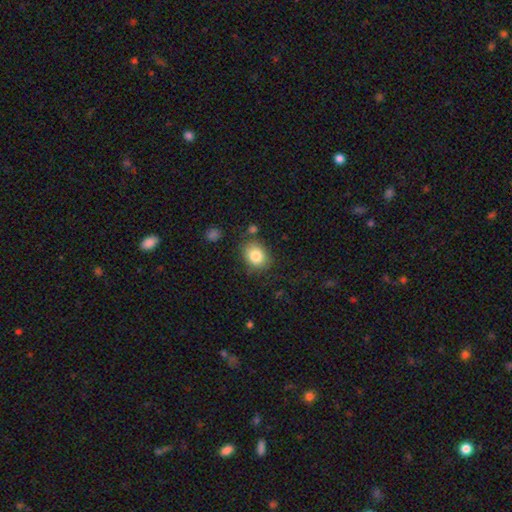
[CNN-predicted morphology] This appears to be a smooth galaxy with no disk features (83%) that is round (50%). Merging: none (78%).